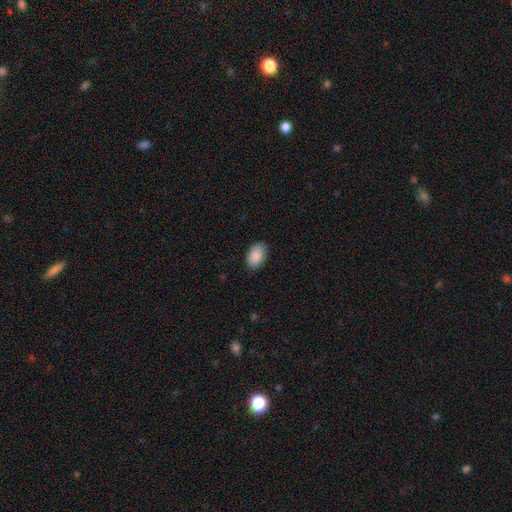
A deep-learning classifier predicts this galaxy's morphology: This is clearly a smooth galaxy (89%). How rounded: clearly in between (91%). Merging: clearly none (85%).